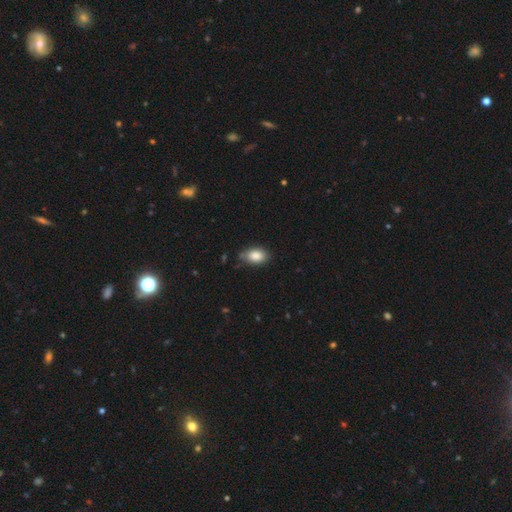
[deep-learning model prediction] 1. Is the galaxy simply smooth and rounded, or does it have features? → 87% smooth, 8% star or artifact, 6% featured or disk.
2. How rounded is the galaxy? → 90% in between, 8% round, 2% cigar-shaped.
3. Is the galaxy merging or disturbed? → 73% none, 21% minor disturbance, 4% major disturbance, 2% merger.